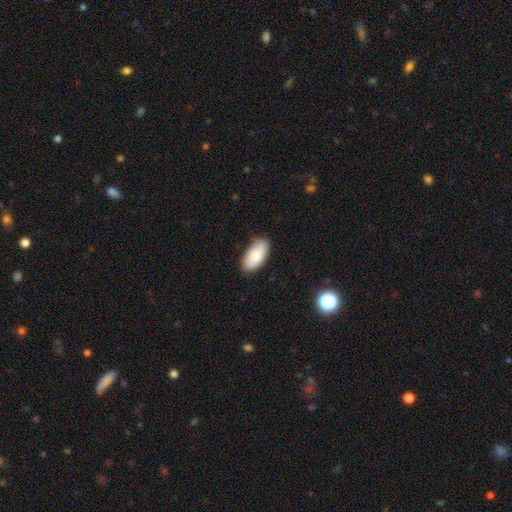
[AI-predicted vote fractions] A smooth galaxy with no disk features (84%) that is in between round and cigar-shaped (94%).

Vote fractions:
- Smooth or featured? smooth: 84% / featured or disk: 10% / star or artifact: 6%
- How rounded? in between: 94% / cigar-shaped: 4% / round: 2%
- Merging? none: 83% / minor disturbance: 13% / major disturbance: 2% / merger: 1%